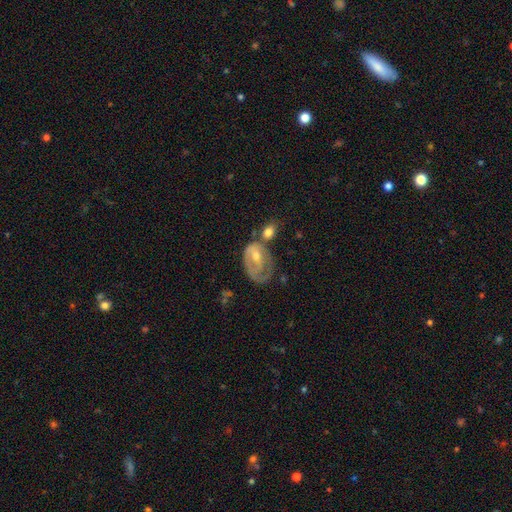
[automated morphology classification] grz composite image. It shows a featured or disk galaxy (65%) with no bar (47%), spiral arms (58%) and a moderate central bulge (56%). Merging: none (31%).